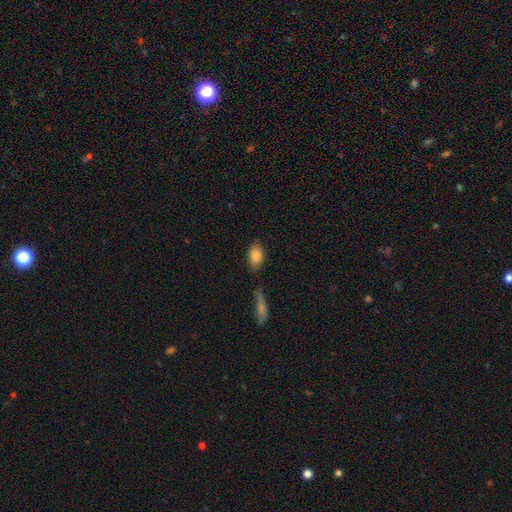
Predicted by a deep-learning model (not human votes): smooth 85%, featured or disk 8%, star or artifact 7%. Down the decision tree: how rounded — in between (90%); merging — none (78%).